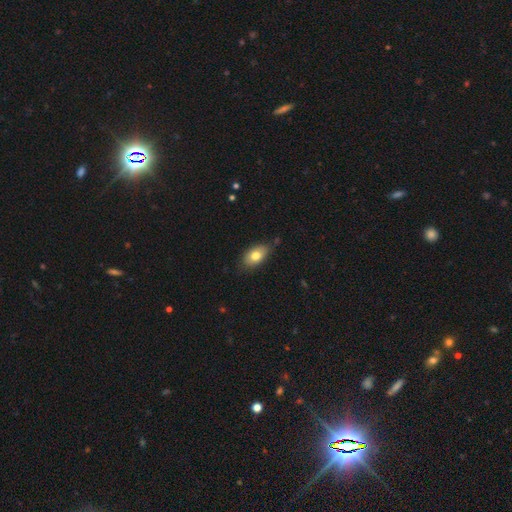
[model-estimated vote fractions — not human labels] Smooth or featured?
  - smooth: 76% *
  - featured or disk: 16%
  - star or artifact: 8%
How rounded?
  - in between: 89% *
  - round: 8%
  - cigar-shaped: 3%
Merging?
  - none: 76% *
  - minor disturbance: 19%
  - major disturbance: 3%
  - merger: 2%